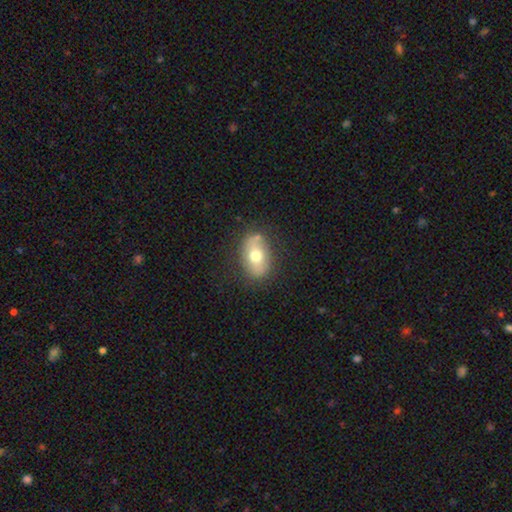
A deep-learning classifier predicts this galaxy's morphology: The model was most divided on "smooth or featured": smooth: 60%, featured or disk: 32%, star or artifact: 8%. More confident: how rounded — in between (82%); merging — none (77%).